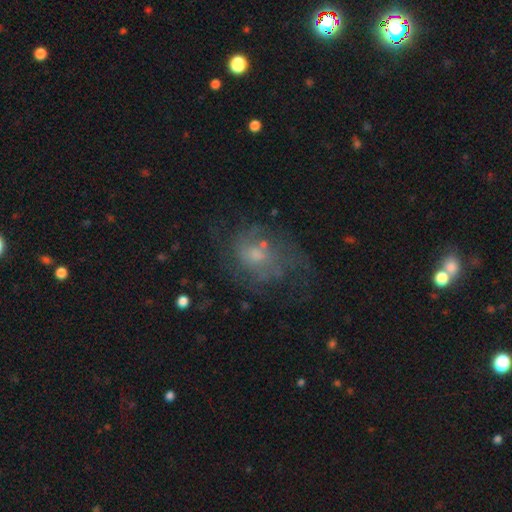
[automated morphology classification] The model was most divided on "bulge size": small: 44%, moderate: 40%, none: 10%, large: 4%, dominant: 1%. More confident: edge-on disk — no (97%); bar — no (76%); spiral arms — yes (64%); smooth or featured — featured or disk (58%); merging — none (51%).